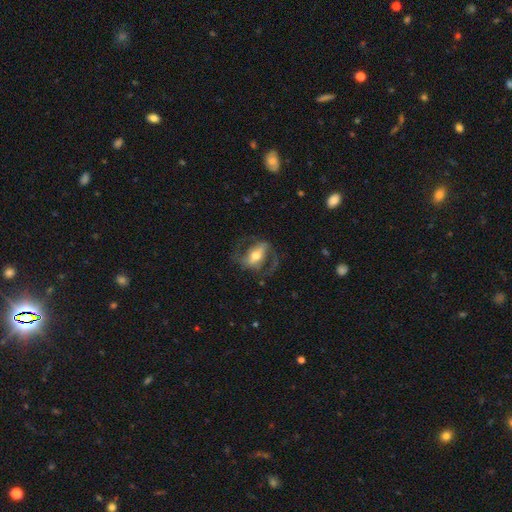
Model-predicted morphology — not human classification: This is likely a featured or disk galaxy (75%). It is clearly not viewed edge-on (91%). Bar: possibly strong (51%). Spiral arm pattern: likely yes (78%). Spiral arm count: clearly 2 (85%). Spiral winding: possibly medium (51%). Central bulge: likely moderate (66%). Merging: likely none (63%).